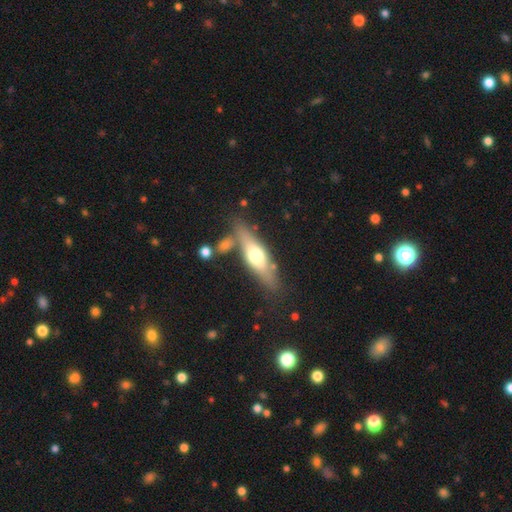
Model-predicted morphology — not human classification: The model was most divided on "smooth or featured": smooth: 48%, featured or disk: 46%, star or artifact: 6%. More confident: merging — none (73%).